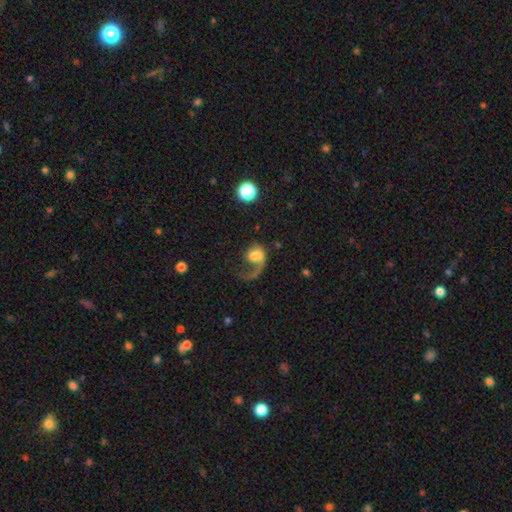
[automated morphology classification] The model was most divided on "bulge size": moderate: 32%, small: 24%, large: 21%, none: 17%, dominant: 6%. More confident: edge-on disk — no (97%); spiral arms — yes (77%); bar — no (67%); merging — major disturbance (56%); smooth or featured — featured or disk (52%).